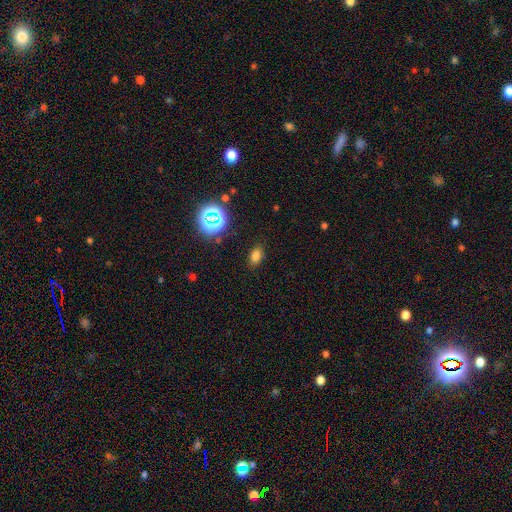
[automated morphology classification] Smooth or featured? smooth (73%)
How rounded? in between (83%)
Merging? none (85%)